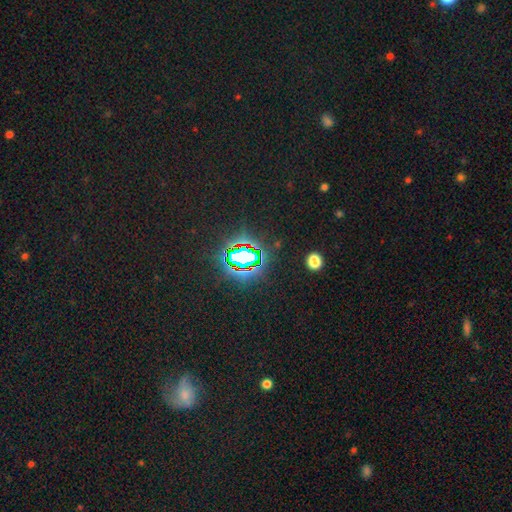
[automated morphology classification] Smooth or featured? Predicted: star or artifact (p=0.79).